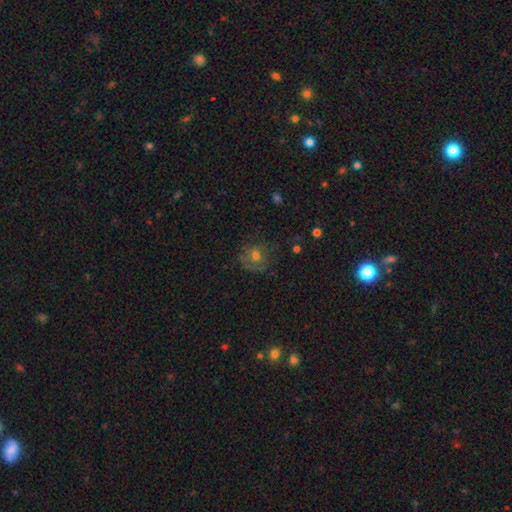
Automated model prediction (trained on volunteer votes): Q: Smooth or featured?
A: smooth (49%); runner-up: featured or disk (36%)
Q: Merging?
A: none (61%); runner-up: minor disturbance (22%)